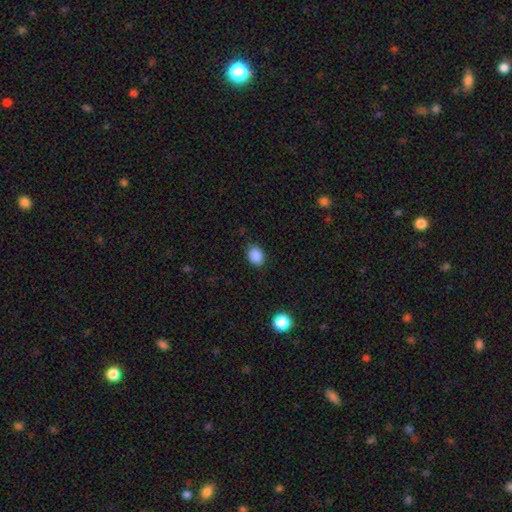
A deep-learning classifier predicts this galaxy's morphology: The model was most divided on "how rounded": in between: 67%, round: 32%, cigar-shaped: 1%. More confident: smooth or featured — smooth (88%); merging — none (83%).